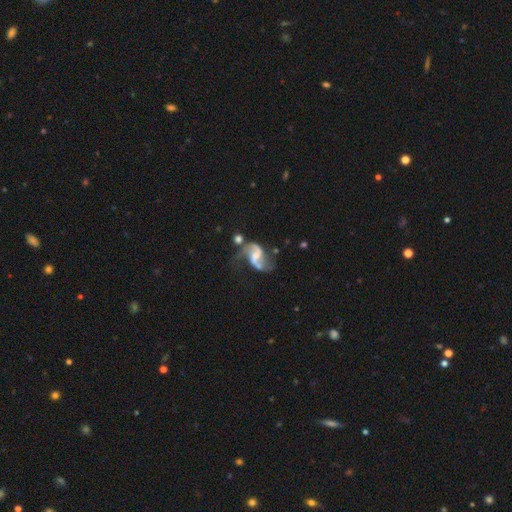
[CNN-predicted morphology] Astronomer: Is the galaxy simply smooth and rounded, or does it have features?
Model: featured or disk — 87%.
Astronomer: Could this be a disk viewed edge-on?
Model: no — 98%.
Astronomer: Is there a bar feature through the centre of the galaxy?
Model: weak — 49% (runner-up: no, 30%).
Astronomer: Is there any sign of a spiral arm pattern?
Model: yes — 95%.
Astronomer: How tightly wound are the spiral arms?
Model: loose — 63%.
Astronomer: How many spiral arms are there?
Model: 2 — 91%.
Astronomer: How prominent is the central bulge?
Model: small — 44% (runner-up: moderate, 34%).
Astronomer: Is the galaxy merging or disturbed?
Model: none — 46%.